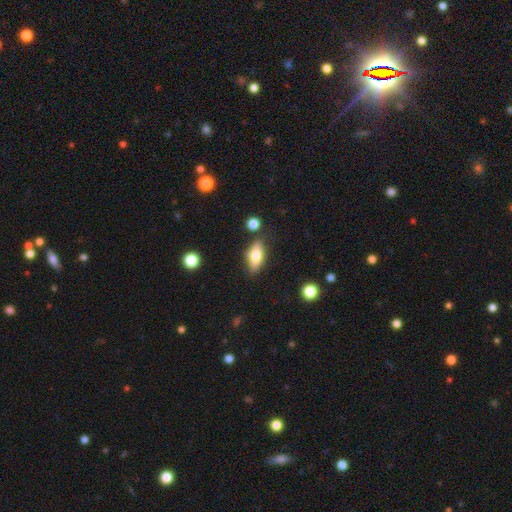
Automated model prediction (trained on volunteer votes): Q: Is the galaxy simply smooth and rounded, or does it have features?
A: smooth — 60%.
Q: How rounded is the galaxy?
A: in between — 75%.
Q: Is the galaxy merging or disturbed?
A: none — 79%.